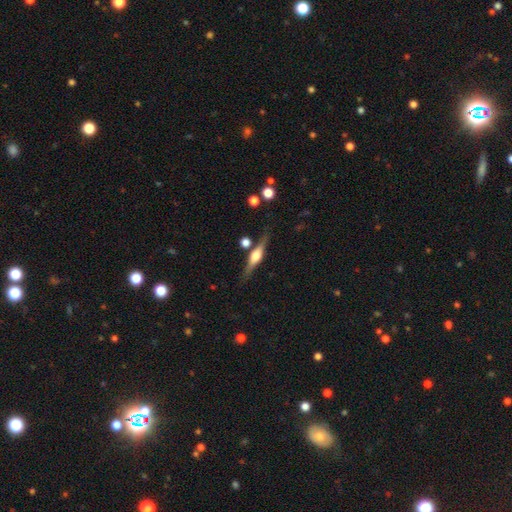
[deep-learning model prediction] Overall: featured or disk (73%). Edge-on disk: yes (97%). Edge-on bulge: rounded (89%). Merging: none (80%).